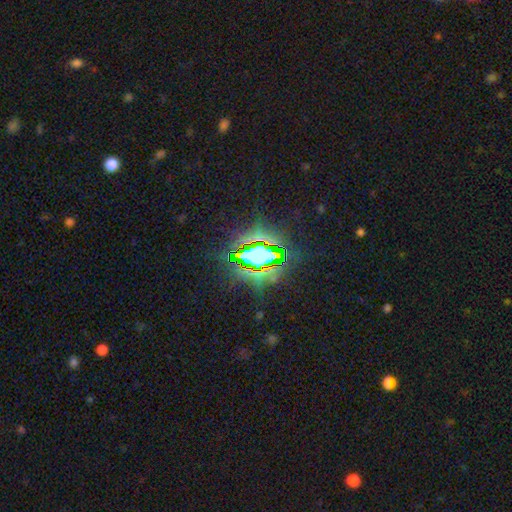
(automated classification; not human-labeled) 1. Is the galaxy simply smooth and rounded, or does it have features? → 72% star or artifact, 16% smooth, 12% featured or disk.